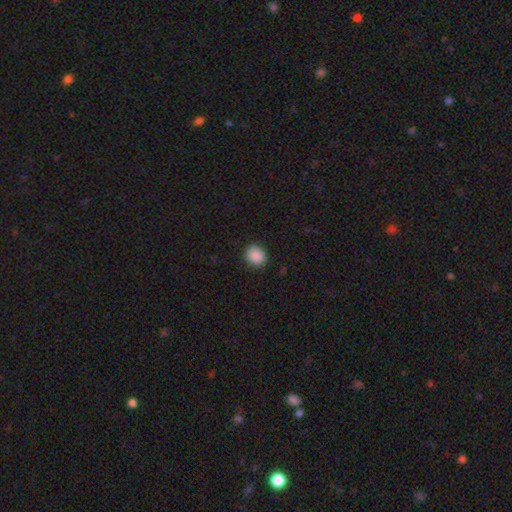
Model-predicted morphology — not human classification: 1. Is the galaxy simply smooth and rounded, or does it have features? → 89% smooth, 8% star or artifact, 3% featured or disk.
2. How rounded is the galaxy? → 77% round, 22% in between, 1% cigar-shaped.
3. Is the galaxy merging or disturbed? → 89% none, 8% minor disturbance, 2% major disturbance, 1% merger.